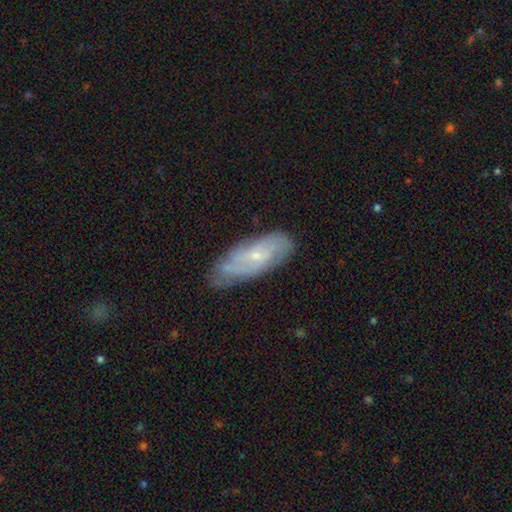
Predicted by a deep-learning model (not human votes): This is likely a featured or disk galaxy (63%). It is clearly not viewed edge-on (86%). Bar: possibly no (60%). Spiral arm pattern: likely yes (78%). Central bulge: likely small (76%). Merging: likely none (64%).